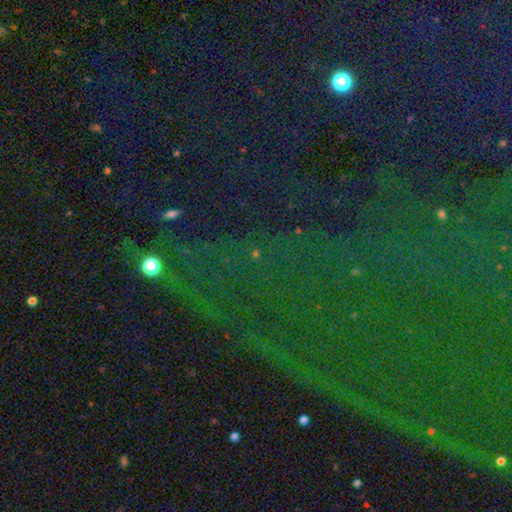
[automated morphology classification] type=star or artifact (85%).